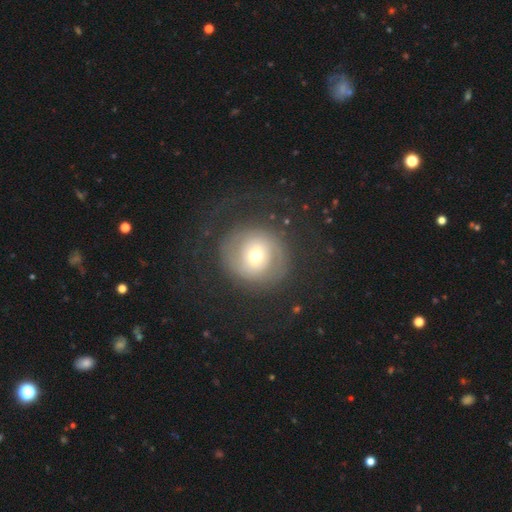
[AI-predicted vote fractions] Overall: featured or disk (59%; smooth 33%). Edge-on disk: no (97%). Bar: no (70%). Spiral arms: yes (71%). Bulge size: moderate (52%; small 36%). Merging: none (65%).